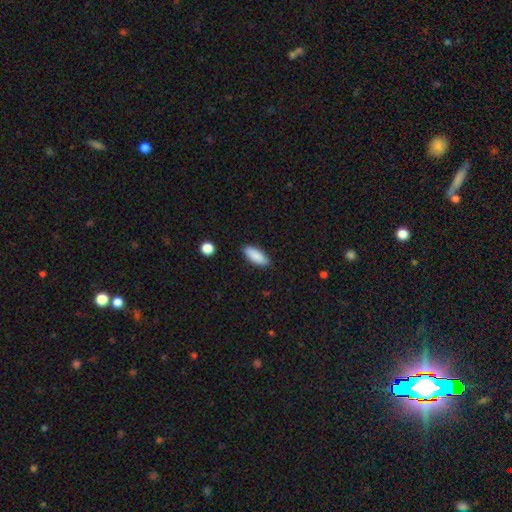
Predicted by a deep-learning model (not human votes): Smooth or featured? Predicted: smooth (p=0.88). How rounded? Predicted: in between (p=0.73). Merging? Predicted: none (p=0.88).